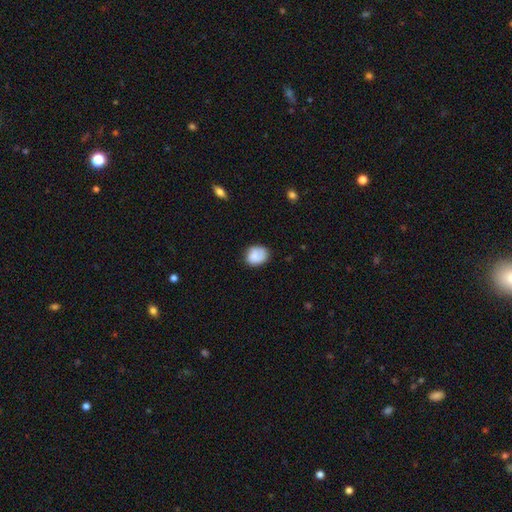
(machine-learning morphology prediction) Smooth or featured? smooth (74%)
How rounded? round (57%)
Merging? none (67%)